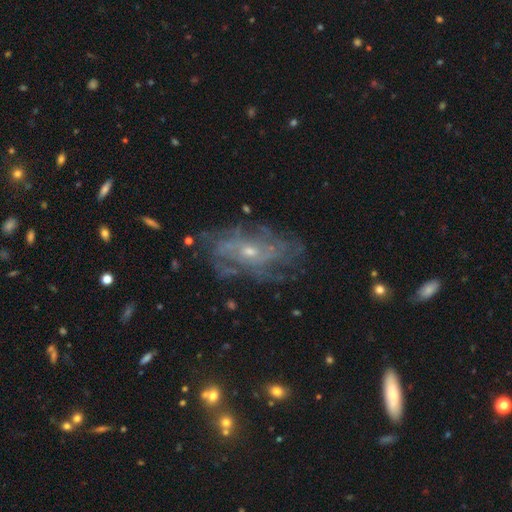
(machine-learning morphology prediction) A featured or disk galaxy (75%) with no bar (67%), tight (49%) spiral arms (87%) and a small central bulge (67%).

Vote fractions:
- Smooth or featured? featured or disk: 75% / star or artifact: 13% / smooth: 12%
- Edge-on disk? no: 90% / yes: 10%
- Bar? no: 67% / weak: 26% / strong: 6%
- Spiral arms? yes: 87% / no: 13%
- Spiral winding? tight: 49% / medium: 35% / loose: 16%
- Spiral arm count? can't tell: 49% / 2: 13% / 4: 12% / 3: 12% / more than 4: 8% / 1: 6%
- Bulge size? small: 67% / moderate: 29% / none: 2% / large: 1% / dominant: 1%
- Merging? none: 73% / minor disturbance: 17% / major disturbance: 8% / merger: 2%